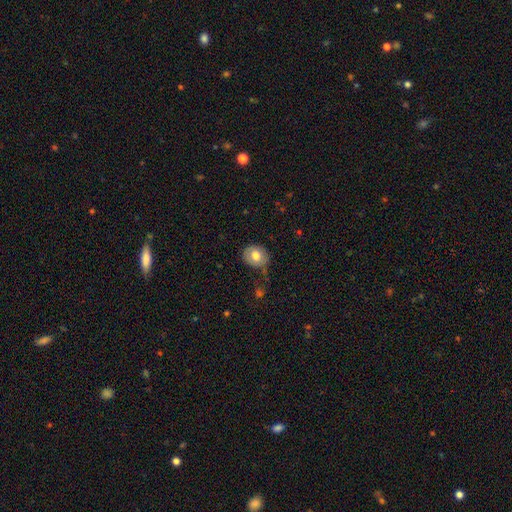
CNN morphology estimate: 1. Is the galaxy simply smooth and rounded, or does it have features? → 74% smooth, 18% featured or disk, 8% star or artifact.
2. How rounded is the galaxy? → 66% round, 33% in between, 1% cigar-shaped.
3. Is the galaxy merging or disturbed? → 67% none, 23% minor disturbance, 7% major disturbance, 3% merger.